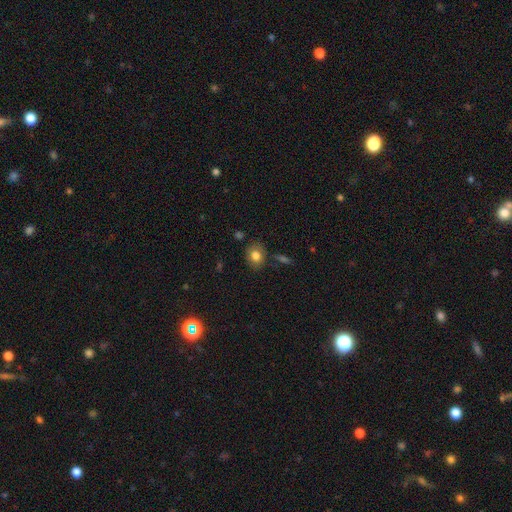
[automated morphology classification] Q: Smooth or featured?
A: smooth (79%); runner-up: featured or disk (11%)
Q: How rounded?
A: round (52%); runner-up: in between (47%)
Q: Merging?
A: none (78%); runner-up: minor disturbance (14%)